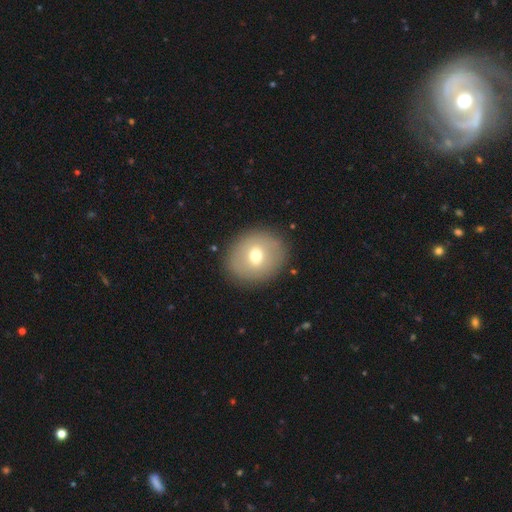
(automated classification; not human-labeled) Smooth or featured: smooth — 64% (featured or disk — 27%)
How rounded: round — 71% (in between — 28%)
Merging: none — 87% (minor disturbance — 8%)